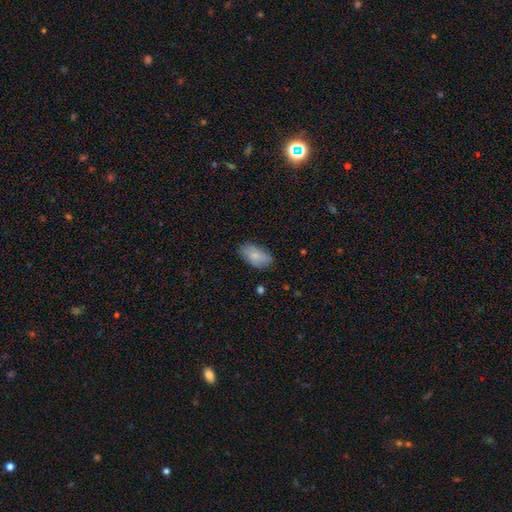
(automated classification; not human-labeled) Overall: smooth (81%). How rounded: in between (93%). Merging: none (80%).